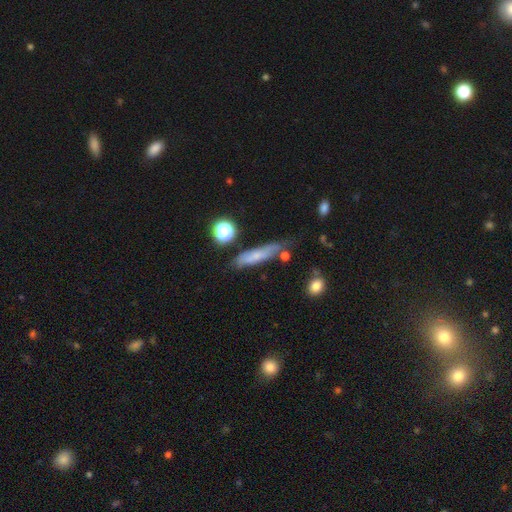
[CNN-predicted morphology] This is likely a smooth galaxy (60%). How rounded: likely cigar-shaped (77%). Merging: likely none (62%).